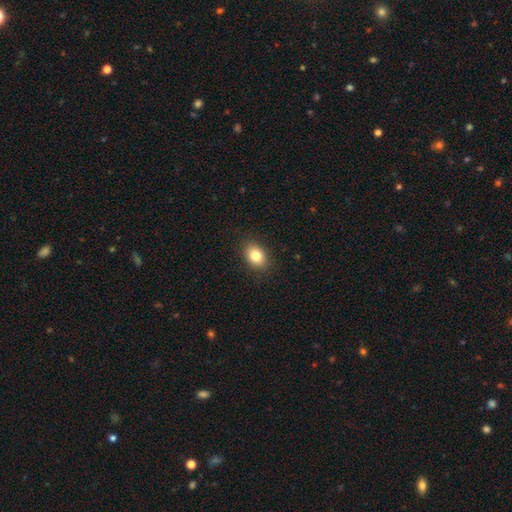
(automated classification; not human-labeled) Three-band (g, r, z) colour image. It shows a smooth galaxy with no disk features (82%) that is in between round and cigar-shaped (74%). Merging: none (88%).